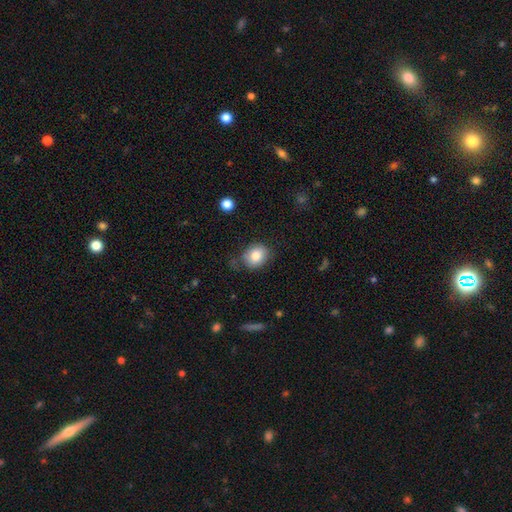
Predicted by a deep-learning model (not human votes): smooth_or_featured: smooth (p=0.81) [alt: featured or disk p=0.10]
how_rounded: round (p=0.60) [alt: in between p=0.39]
merging: none (p=0.71) [alt: minor disturbance p=0.21]